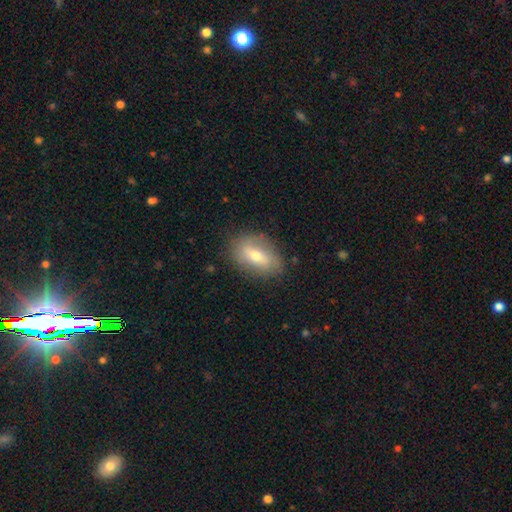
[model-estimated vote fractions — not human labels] smooth_or_featured: smooth (p=0.50) [alt: featured or disk p=0.42]
how_rounded: in between (p=0.83) [alt: round p=0.10]
merging: none (p=0.80) [alt: minor disturbance p=0.15]